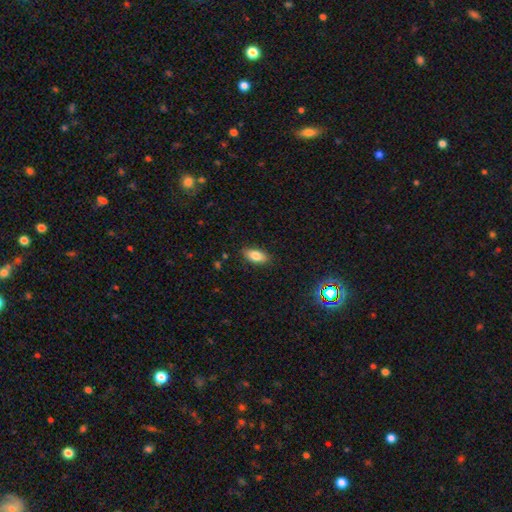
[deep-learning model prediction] smooth_or_featured: smooth (p=0.81) [alt: featured or disk p=0.10]
how_rounded: in between (p=0.89) [alt: cigar-shaped p=0.08]
merging: none (p=0.87) [alt: minor disturbance p=0.10]